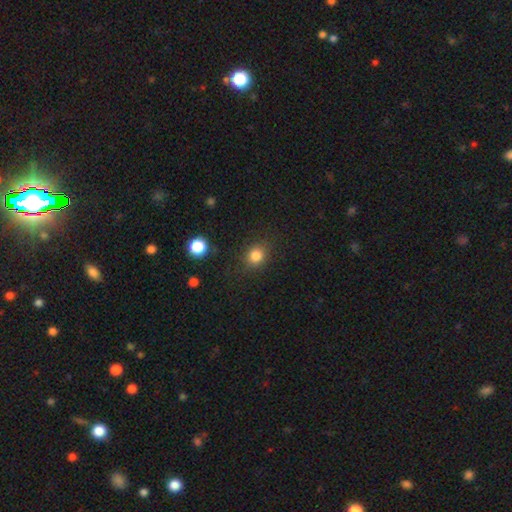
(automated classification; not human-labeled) A smooth galaxy with no disk features (82%) that is round (74%). Merging: none (84%).